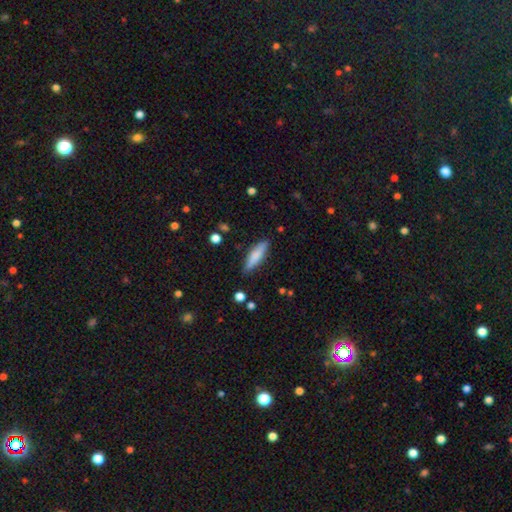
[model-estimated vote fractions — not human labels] Smooth or featured?
  - smooth: 77% *
  - featured or disk: 17%
  - star or artifact: 6%
How rounded?
  - cigar-shaped: 65% *
  - in between: 33%
  - round: 2%
Merging?
  - none: 85% *
  - minor disturbance: 11%
  - major disturbance: 2%
  - merger: 2%